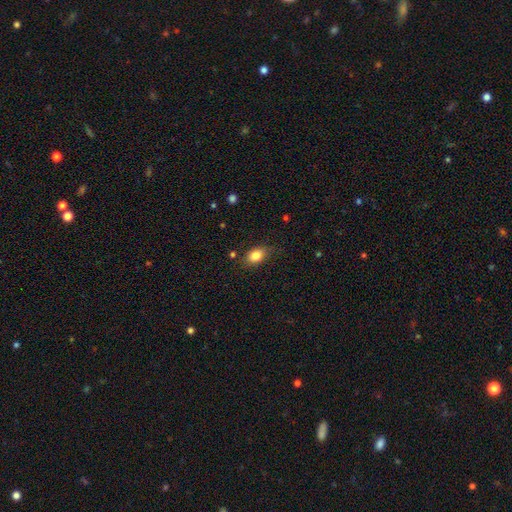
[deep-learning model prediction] This appears to be a smooth galaxy with no disk features (83%) that is in between round and cigar-shaped (80%). Merging: none (76%).